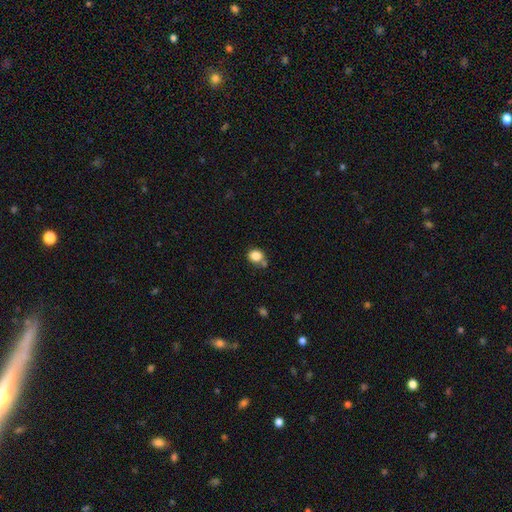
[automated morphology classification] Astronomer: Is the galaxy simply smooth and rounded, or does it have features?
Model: smooth — 84%.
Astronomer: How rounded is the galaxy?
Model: round — 79%.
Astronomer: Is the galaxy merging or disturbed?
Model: none — 67%.